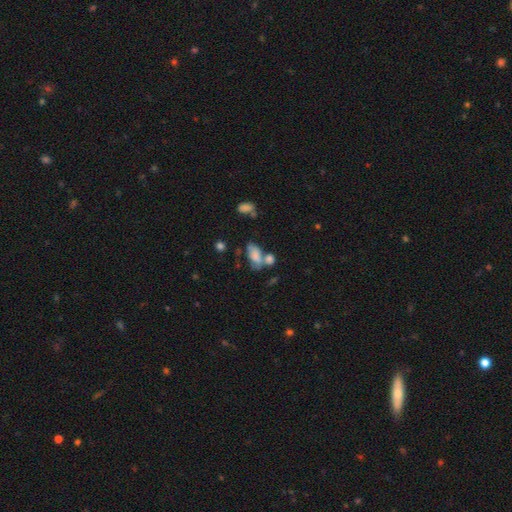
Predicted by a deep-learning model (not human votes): Smooth or featured: smooth — 71% (featured or disk — 19%)
How rounded: in between — 90% (round — 6%)
Merging: merger — 41% (none — 30%)